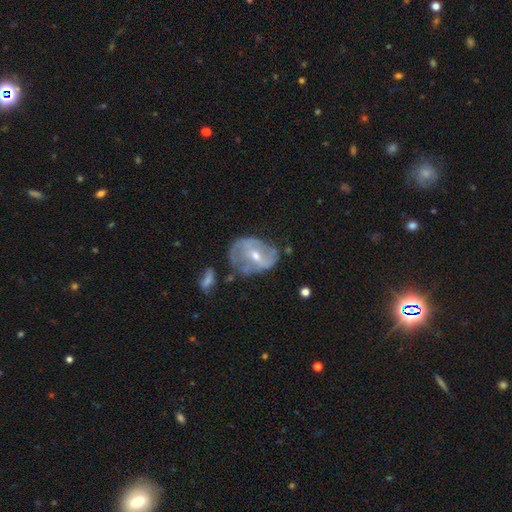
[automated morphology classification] Smooth or featured: featured or disk — 74% (smooth — 19%)
Edge-on disk: no — 96% (yes — 4%)
Bar: weak — 43% (strong — 29%)
Spiral arms: yes — 66% (no — 34%)
Bulge size: moderate — 55% (small — 42%)
Merging: none — 47% (minor disturbance — 28%)